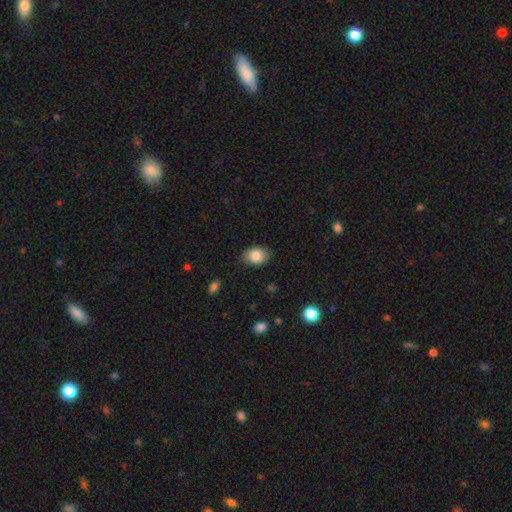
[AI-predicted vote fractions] Smooth or featured? smooth (85%)
How rounded? in between (70%)
Merging? none (79%)